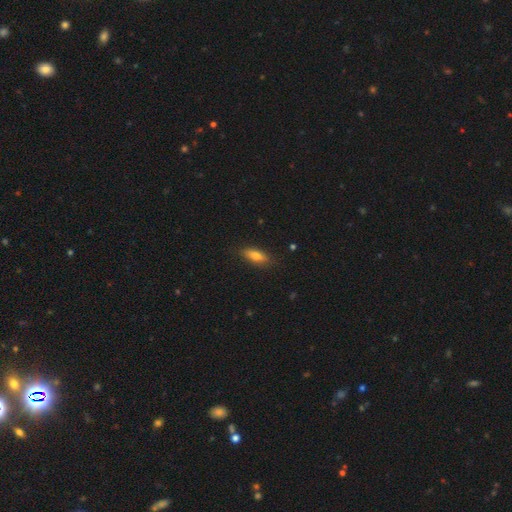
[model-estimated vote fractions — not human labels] A smooth galaxy with no disk features (74%) that is in between round and cigar-shaped (65%).

Vote fractions:
- Smooth or featured? smooth: 74% / featured or disk: 18% / star or artifact: 8%
- How rounded? in between: 65% / cigar-shaped: 32% / round: 3%
- Merging? none: 84% / minor disturbance: 12% / major disturbance: 2% / merger: 1%